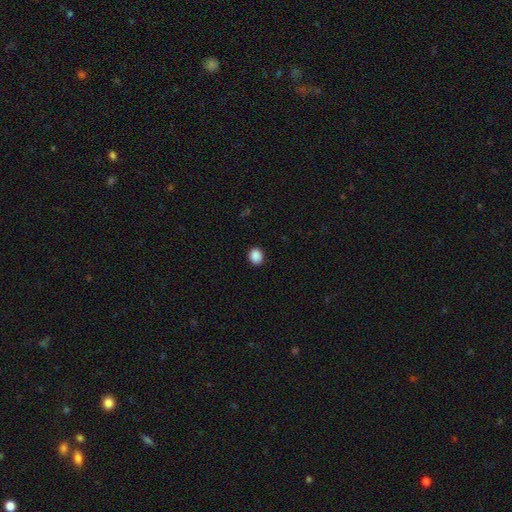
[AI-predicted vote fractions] smooth 89%, star or artifact 9%, featured or disk 2%. Down the decision tree: how rounded — round (62%); merging — none (90%).